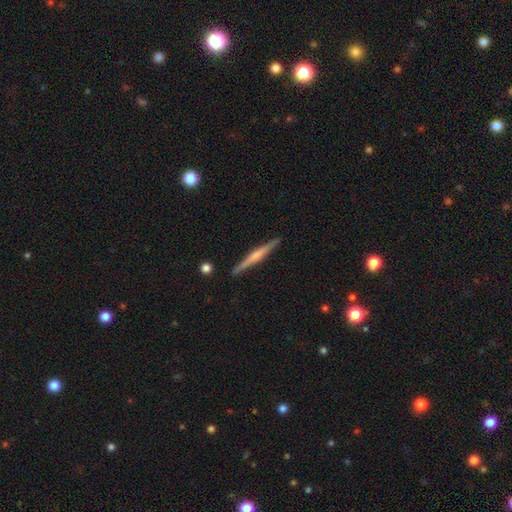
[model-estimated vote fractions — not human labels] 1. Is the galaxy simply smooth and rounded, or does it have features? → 64% featured or disk, 31% smooth, 5% star or artifact.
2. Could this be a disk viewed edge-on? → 98% yes, 2% no.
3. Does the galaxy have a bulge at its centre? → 57% rounded, 27% none, 16% boxy.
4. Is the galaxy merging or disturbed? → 90% none, 7% minor disturbance, 1% merger, 1% major disturbance.